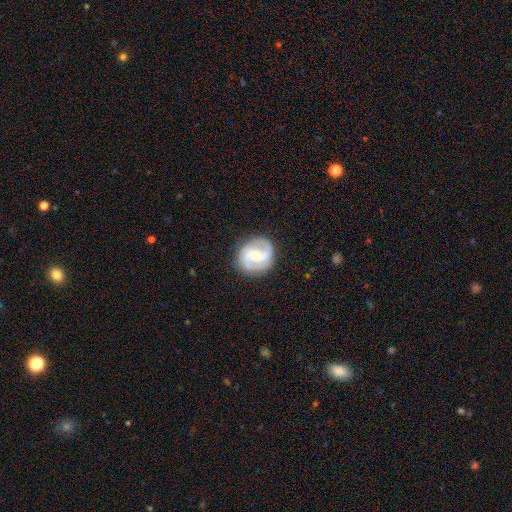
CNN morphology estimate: This appears to be a featured or disk galaxy (80%) with a weak bar (44%), 2 (81%) medium (49%) spiral arms (94%) and a moderate central bulge (51%). Merging: none (85%).